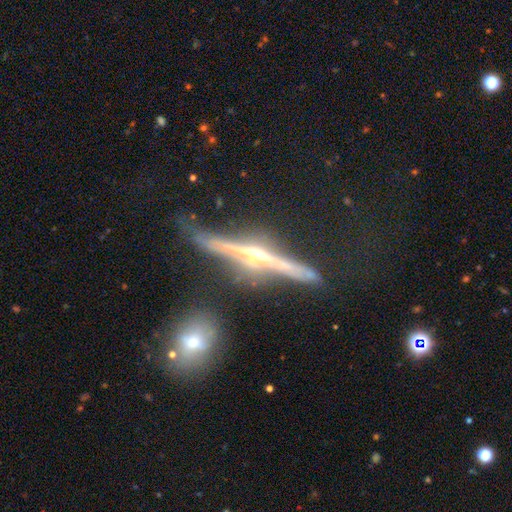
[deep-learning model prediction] Morphology: type=featured or disk (86%); edge-on=yes (97%); edge-on bulge=rounded (87%); merging=none (76%).